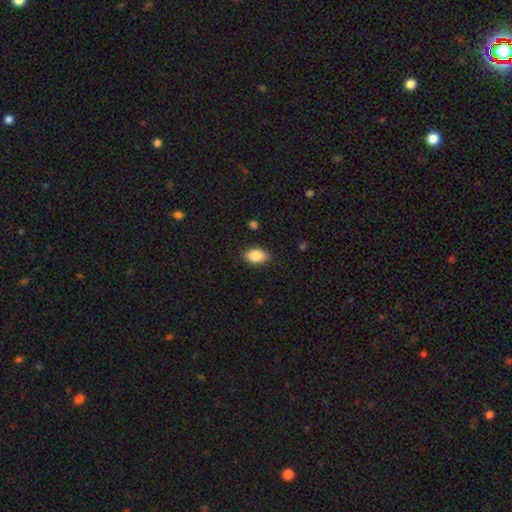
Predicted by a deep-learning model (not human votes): smooth-or-featured: smooth: 85% | featured or disk: 7% | star or artifact: 7%
  how-rounded: in between: 90% | round: 9% | cigar-shaped: 2%
  merging: none: 87% | minor disturbance: 10% | major disturbance: 2% | merger: 1%